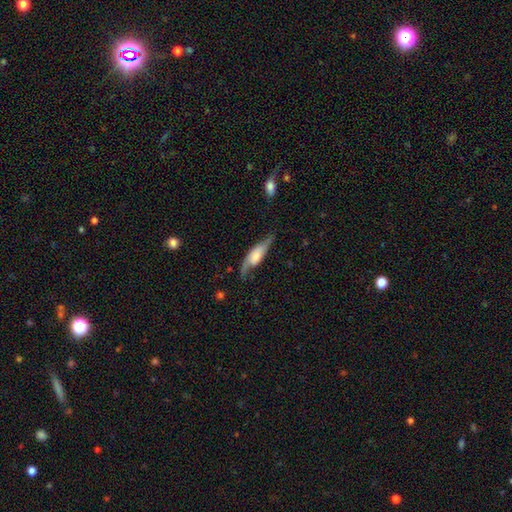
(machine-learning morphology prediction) The model was most divided on "edge-on disk": no: 58%, yes: 42%. More confident: smooth or featured — featured or disk (61%); merging — none (60%).